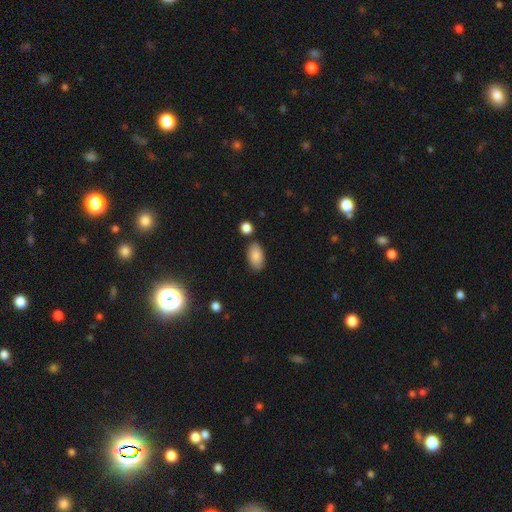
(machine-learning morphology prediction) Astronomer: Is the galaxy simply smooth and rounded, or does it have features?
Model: smooth — 86%.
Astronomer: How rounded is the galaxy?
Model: in between — 94%.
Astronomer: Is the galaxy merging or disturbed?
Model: none — 81%.